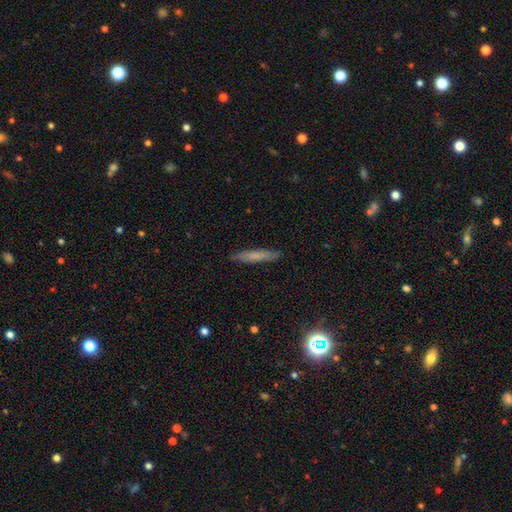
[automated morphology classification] smooth_or_featured: smooth (p=0.66) [alt: featured or disk p=0.26]
how_rounded: cigar-shaped (p=0.93) [alt: in between p=0.06]
merging: none (p=0.89) [alt: minor disturbance p=0.08]